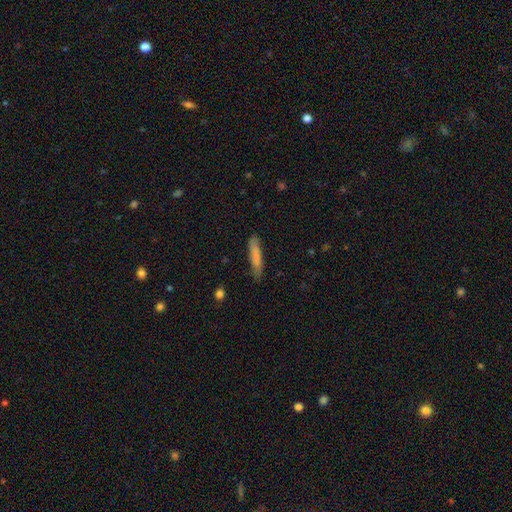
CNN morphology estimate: Smooth or featured: smooth — 78% (featured or disk — 16%)
How rounded: cigar-shaped — 88% (in between — 11%)
Merging: none — 79% (minor disturbance — 17%)